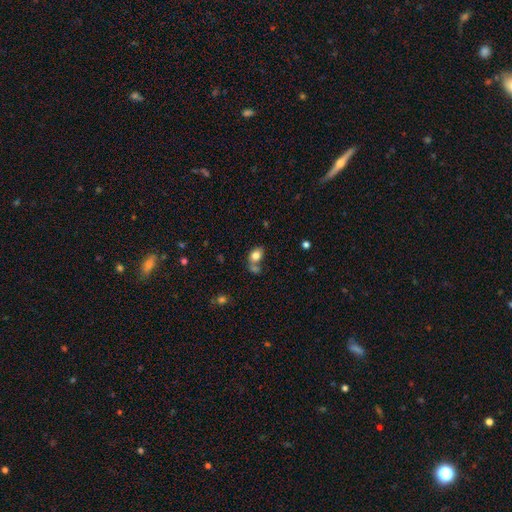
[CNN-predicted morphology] type=smooth (80%); roundness=in between (72%); merging=none (48%).